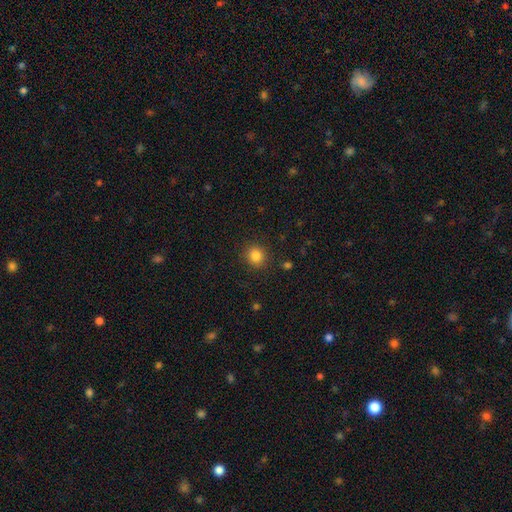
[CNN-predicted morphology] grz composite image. It shows a smooth galaxy with no disk features (84%) that is round (90%). Merging: none (89%).